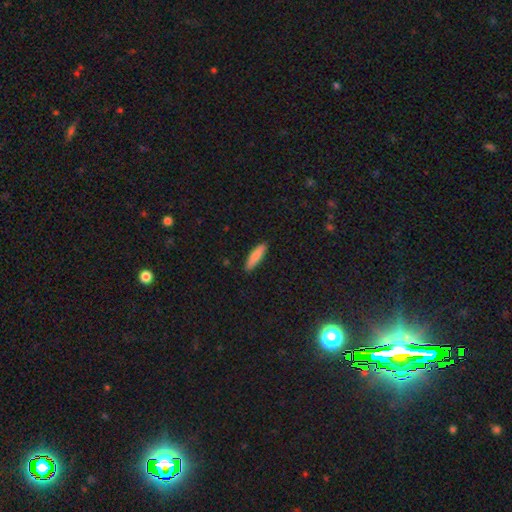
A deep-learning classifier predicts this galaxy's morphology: A smooth galaxy with no disk features (85%) that is cigar-shaped (73%).

Vote fractions:
- Smooth or featured? smooth: 85% / featured or disk: 9% / star or artifact: 6%
- How rounded? cigar-shaped: 73% / in between: 26% / round: 1%
- Merging? none: 89% / minor disturbance: 8% / major disturbance: 2% / merger: 1%